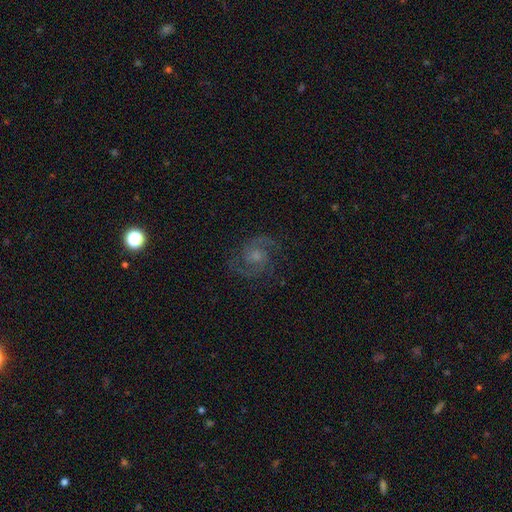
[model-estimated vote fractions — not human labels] Smooth or featured? Predicted: featured or disk (p=0.84). Edge-on disk? Predicted: no (p=0.98). Bar? Predicted: no (p=0.61). Spiral arms? Predicted: yes (p=0.97). Spiral winding? Predicted: medium (p=0.59). Spiral arm count? Predicted: 2 (p=0.87). Bulge size? Predicted: small (p=0.44). Merging? Predicted: none (p=0.79).